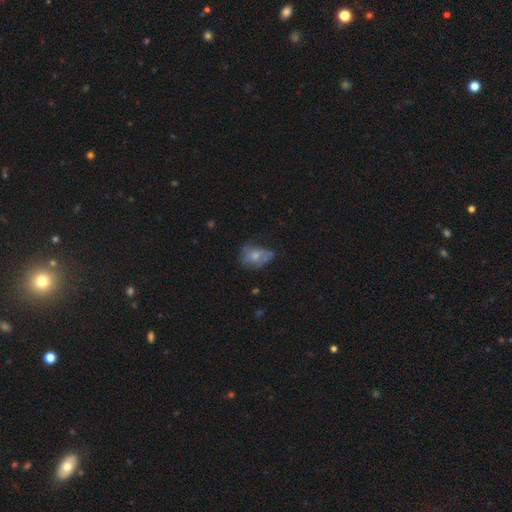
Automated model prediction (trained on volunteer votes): This is possibly a smooth galaxy (57%). How rounded: likely in between (76%). Merging: marginally none (41%).